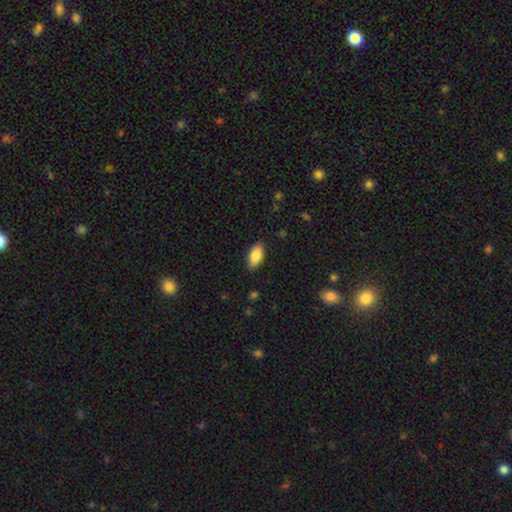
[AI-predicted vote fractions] A smooth galaxy with no disk features (85%) that is in between round and cigar-shaped (92%). Merging: none (86%).